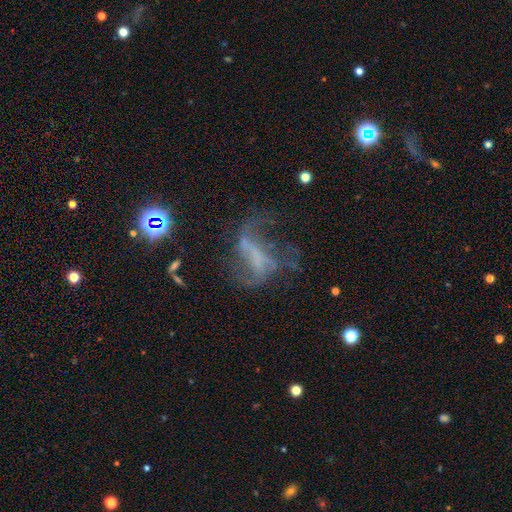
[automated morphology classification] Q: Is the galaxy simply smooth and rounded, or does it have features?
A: featured or disk — 64%.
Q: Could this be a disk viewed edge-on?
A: no — 95%.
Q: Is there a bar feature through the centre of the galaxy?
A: no — 41%.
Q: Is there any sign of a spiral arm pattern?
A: yes — 59%.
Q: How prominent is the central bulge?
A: none — 70%.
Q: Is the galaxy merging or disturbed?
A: major disturbance — 41%.